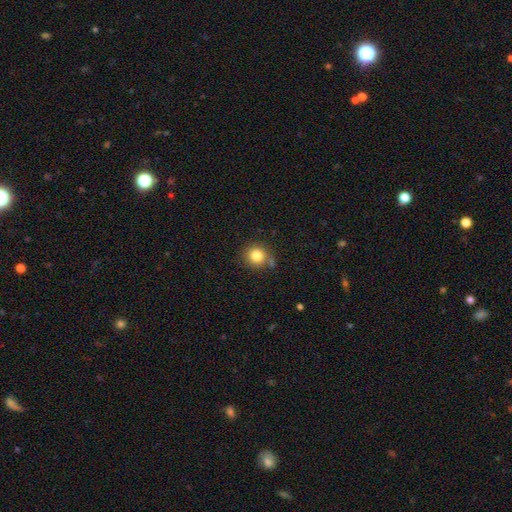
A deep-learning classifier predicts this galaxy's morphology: A smooth galaxy with no disk features (82%) that is round (88%).

Vote fractions:
- Smooth or featured? smooth: 82% / star or artifact: 11% / featured or disk: 7%
- How rounded? round: 88% / in between: 11% / cigar-shaped: 1%
- Merging? none: 72% / minor disturbance: 16% / merger: 7% / major disturbance: 5%